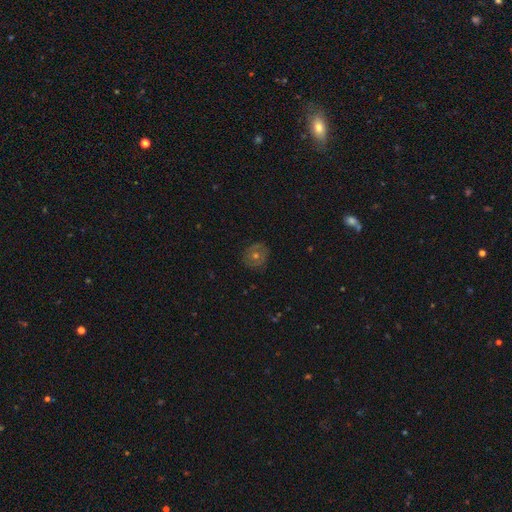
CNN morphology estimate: Smooth or featured? featured or disk (45%)
Merging? none (85%)